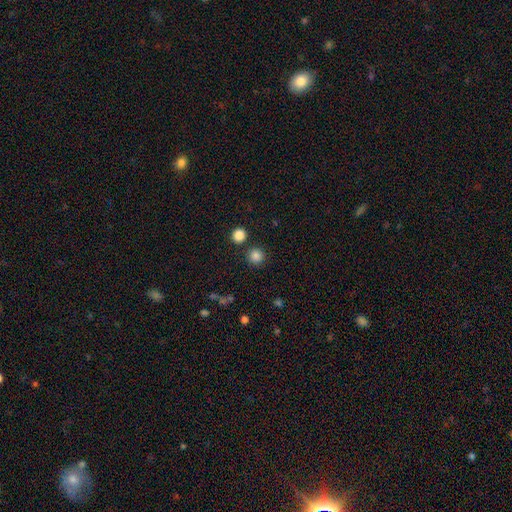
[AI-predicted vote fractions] The model was most divided on "smooth or featured": smooth: 84%, star or artifact: 13%, featured or disk: 4%. More confident: how rounded — round (93%); merging — none (85%).